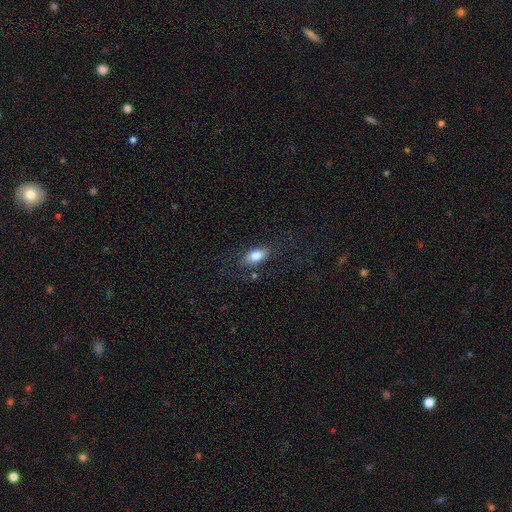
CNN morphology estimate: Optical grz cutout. It shows a smooth galaxy with no disk features (79%) that is in between round and cigar-shaped (88%). Merging: none (75%).